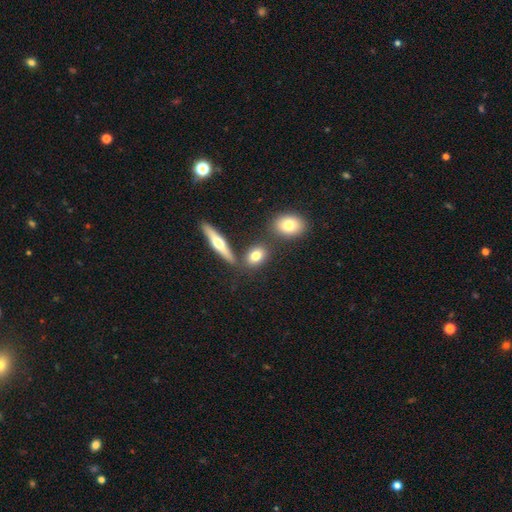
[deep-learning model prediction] Q: Smooth or featured?
A: smooth (77%); runner-up: featured or disk (14%)
Q: How rounded?
A: in between (67%); runner-up: round (27%)
Q: Merging?
A: none (72%); runner-up: merger (13%)